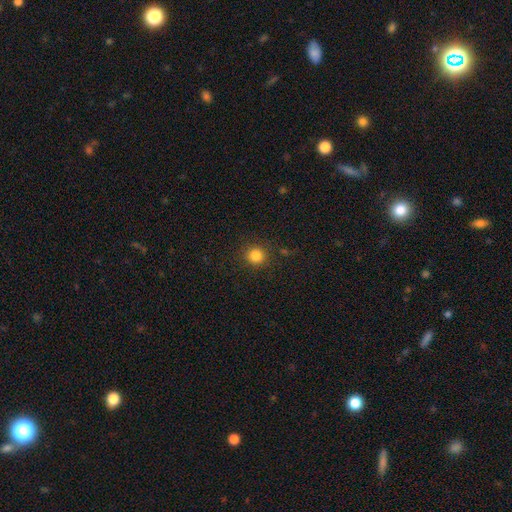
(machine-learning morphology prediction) Smooth or featured? smooth (84%)
How rounded? round (93%)
Merging? none (89%)